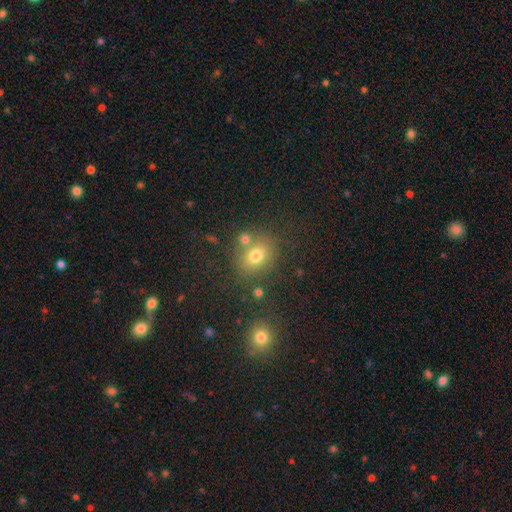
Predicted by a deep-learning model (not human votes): Smooth or featured?
  - smooth: 73% *
  - star or artifact: 17%
  - featured or disk: 11%
How rounded?
  - round: 60% *
  - in between: 39%
  - cigar-shaped: 1%
Merging?
  - none: 67% *
  - merger: 17%
  - minor disturbance: 12%
  - major disturbance: 4%